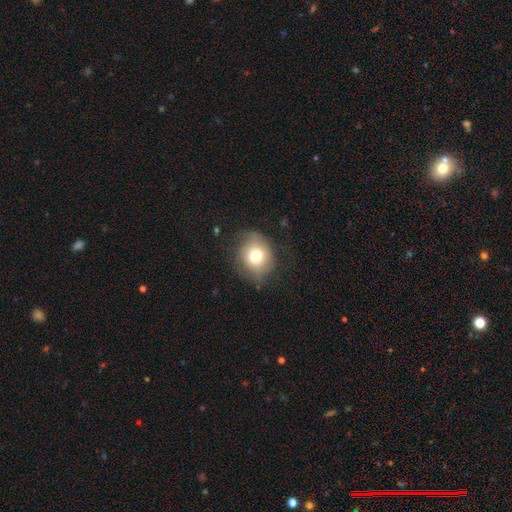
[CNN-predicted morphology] Smooth or featured?
  - smooth: 74% *
  - featured or disk: 16%
  - star or artifact: 10%
How rounded?
  - round: 71% *
  - in between: 28%
  - cigar-shaped: 1%
Merging?
  - none: 73% *
  - minor disturbance: 20%
  - major disturbance: 6%
  - merger: 1%